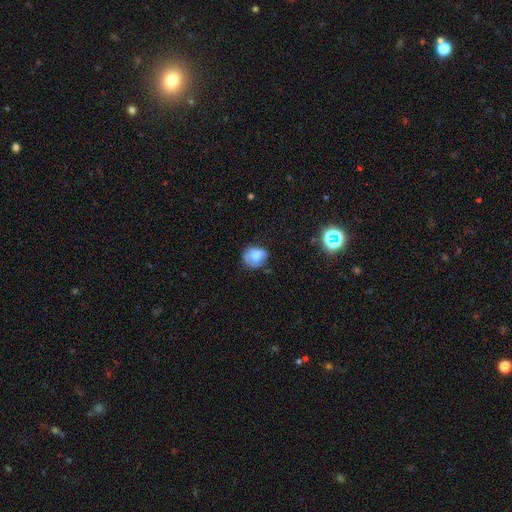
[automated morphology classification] Smooth or featured? Predicted: smooth (p=0.70). How rounded? Predicted: round (p=0.65). Merging? Predicted: none (p=0.59).